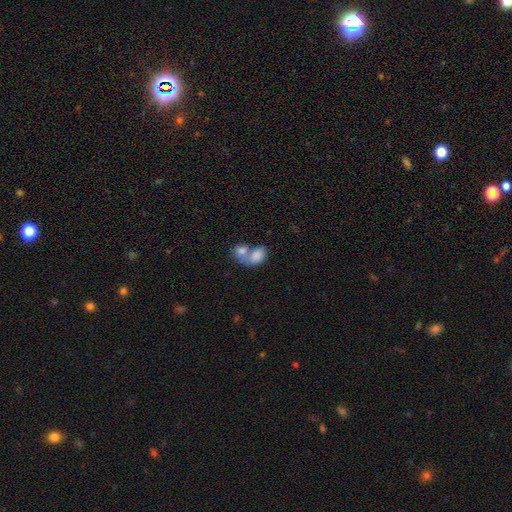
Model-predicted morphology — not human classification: Smooth or featured: smooth — 78% (featured or disk — 14%)
How rounded: in between — 82% (round — 17%)
Merging: merger — 72% (none — 16%)